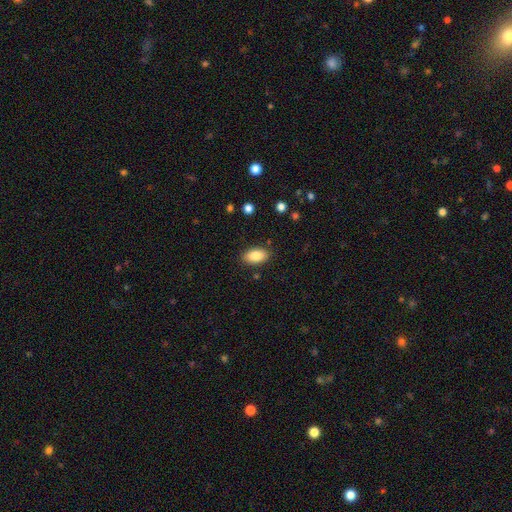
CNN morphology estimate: smooth_or_featured: smooth (p=0.85) [alt: featured or disk p=0.08]
how_rounded: in between (p=0.93) [alt: round p=0.04]
merging: none (p=0.86) [alt: minor disturbance p=0.10]